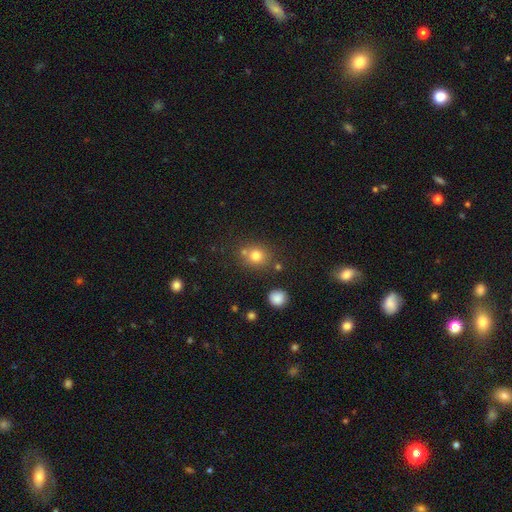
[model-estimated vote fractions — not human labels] Smooth or featured? smooth (76%)
How rounded? round (82%)
Merging? none (70%)